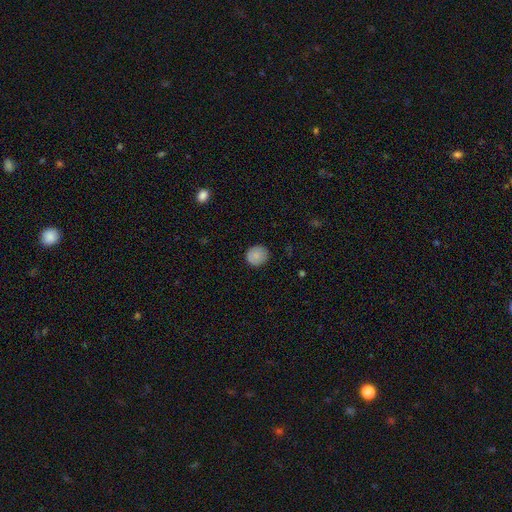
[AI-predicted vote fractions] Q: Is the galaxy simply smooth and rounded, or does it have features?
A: smooth — 85%.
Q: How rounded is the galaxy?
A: round — 89%.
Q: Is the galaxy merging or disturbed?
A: none — 87%.